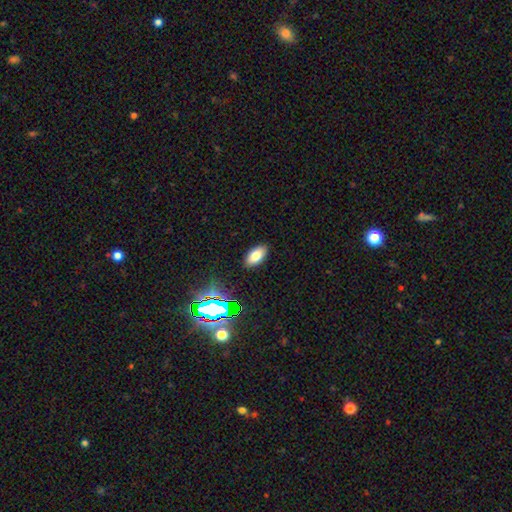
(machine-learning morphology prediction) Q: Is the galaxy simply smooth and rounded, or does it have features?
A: smooth — 76%.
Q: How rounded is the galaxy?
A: in between — 92%.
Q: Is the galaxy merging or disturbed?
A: none — 89%.